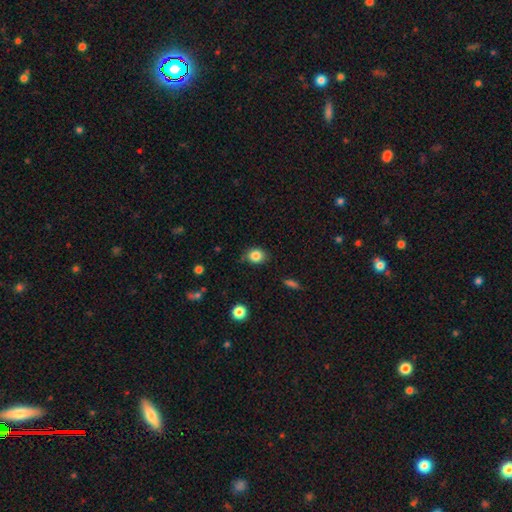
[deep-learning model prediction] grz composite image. It shows a smooth galaxy with no disk features (84%) that is round (60%). Merging: none (76%).